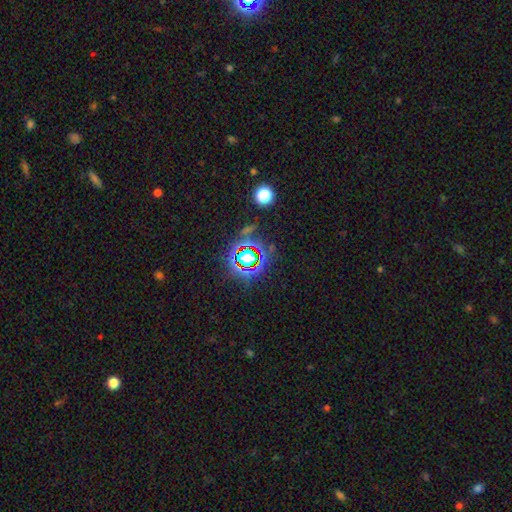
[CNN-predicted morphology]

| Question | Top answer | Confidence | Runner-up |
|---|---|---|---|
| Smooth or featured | star or artifact | 79% | smooth (12%) |